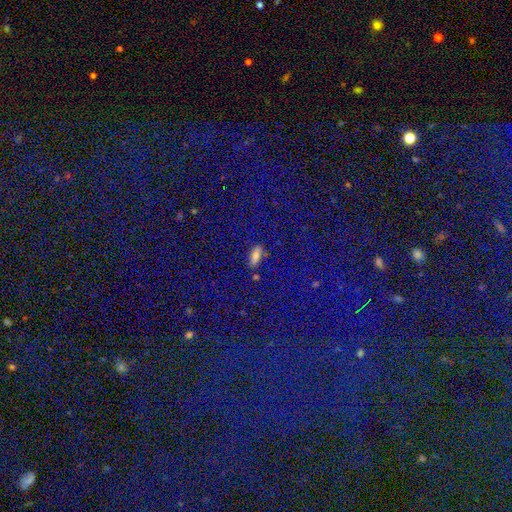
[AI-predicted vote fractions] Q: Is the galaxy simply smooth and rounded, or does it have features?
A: smooth — 64%.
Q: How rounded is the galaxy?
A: in between — 64%.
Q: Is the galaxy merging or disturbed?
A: none — 83%.